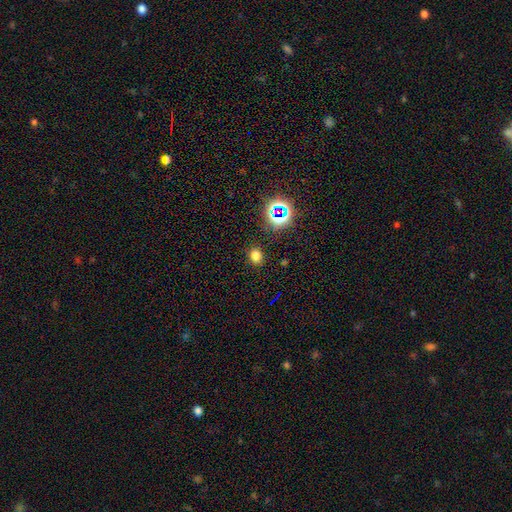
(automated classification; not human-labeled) Q: Smooth or featured?
A: smooth (72%); runner-up: star or artifact (22%)
Q: How rounded?
A: round (62%); runner-up: in between (37%)
Q: Merging?
A: none (87%); runner-up: minor disturbance (8%)